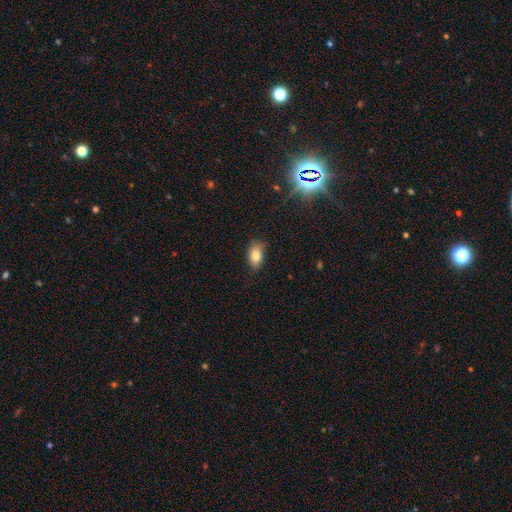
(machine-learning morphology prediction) This is clearly a smooth galaxy (80%). How rounded: clearly in between (89%). Merging: likely none (76%).